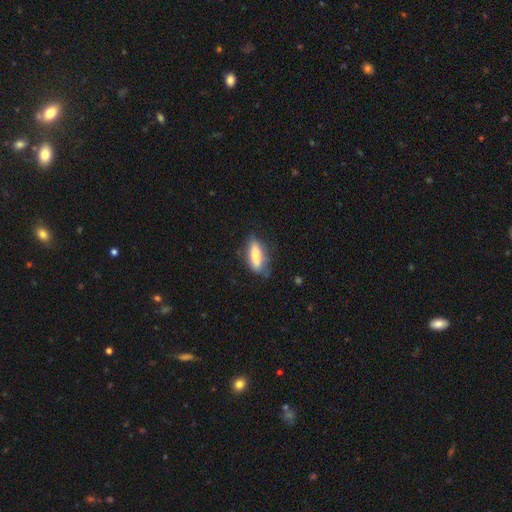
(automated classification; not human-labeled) Smooth or featured?
  - smooth: 67% *
  - featured or disk: 26%
  - star or artifact: 6%
How rounded?
  - in between: 58% *
  - cigar-shaped: 40%
  - round: 2%
Merging?
  - none: 71% *
  - minor disturbance: 22%
  - major disturbance: 6%
  - merger: 2%